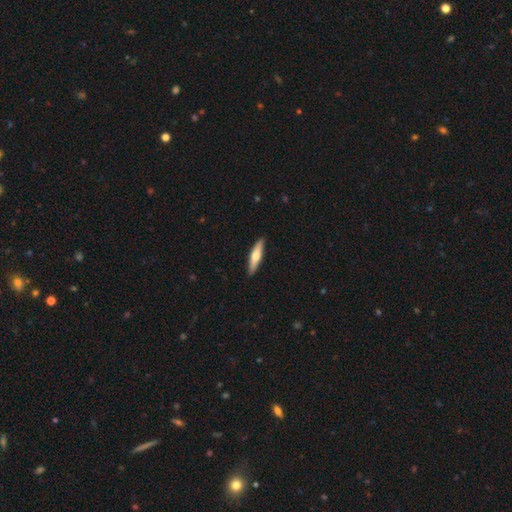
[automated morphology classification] Smooth or featured?
  - smooth: 54% *
  - featured or disk: 41%
  - star or artifact: 5%
How rounded?
  - cigar-shaped: 80% *
  - in between: 18%
  - round: 2%
Merging?
  - none: 90% *
  - minor disturbance: 8%
  - major disturbance: 1%
  - merger: 1%